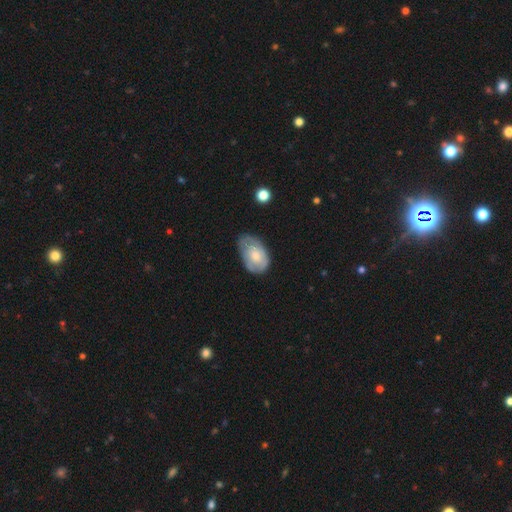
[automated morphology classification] Smooth or featured? Predicted: smooth (p=0.56). How rounded? Predicted: in between (p=0.88). Merging? Predicted: none (p=0.53).